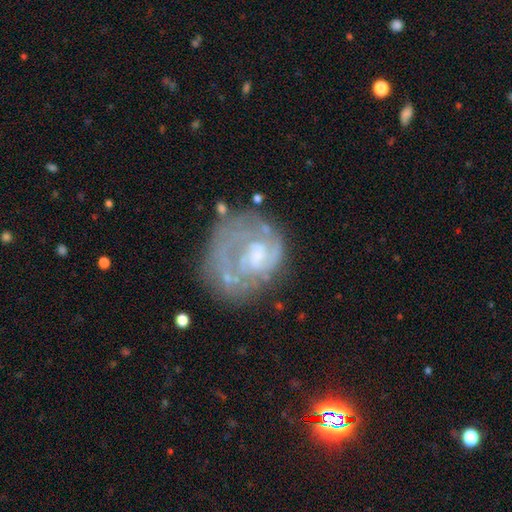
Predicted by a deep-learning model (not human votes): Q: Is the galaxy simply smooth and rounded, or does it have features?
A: featured or disk — 75%.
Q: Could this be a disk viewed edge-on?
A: no — 98%.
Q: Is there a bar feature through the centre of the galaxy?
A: no — 62%.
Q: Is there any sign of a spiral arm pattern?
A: yes — 73%.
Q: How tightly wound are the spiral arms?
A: tight — 52%.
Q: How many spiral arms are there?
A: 1 — 48%.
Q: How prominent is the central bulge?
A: moderate — 33%.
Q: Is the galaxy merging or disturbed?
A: none — 49%.